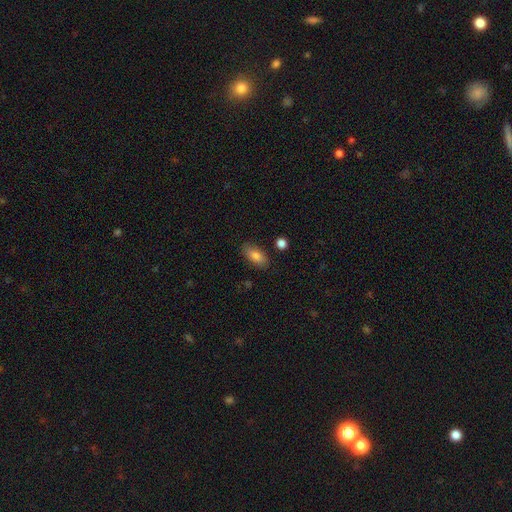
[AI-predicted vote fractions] Smooth or featured?
  - smooth: 83% *
  - featured or disk: 10%
  - star or artifact: 7%
How rounded?
  - in between: 88% *
  - cigar-shaped: 8%
  - round: 4%
Merging?
  - none: 84% *
  - minor disturbance: 12%
  - major disturbance: 3%
  - merger: 2%